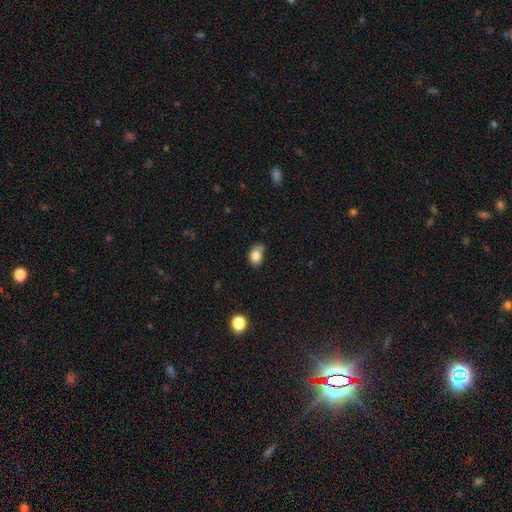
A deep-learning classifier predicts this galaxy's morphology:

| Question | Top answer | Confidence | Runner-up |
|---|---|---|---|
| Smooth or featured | smooth | 82% | star or artifact (9%) |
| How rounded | in between | 79% | round (20%) |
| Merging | none | 54% | minor disturbance (36%) |